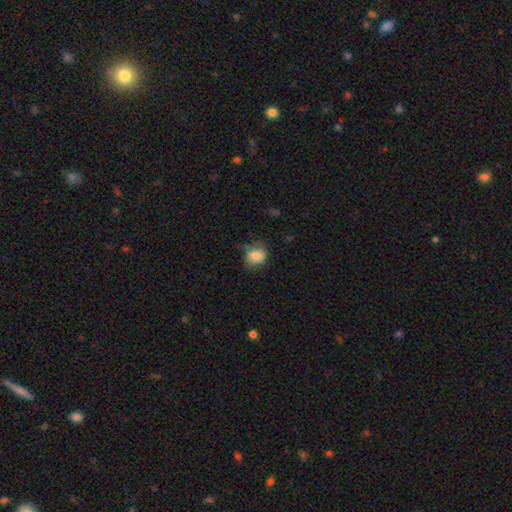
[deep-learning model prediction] This is clearly a smooth galaxy (81%). How rounded: possibly round (56%). Merging: possibly none (55%).